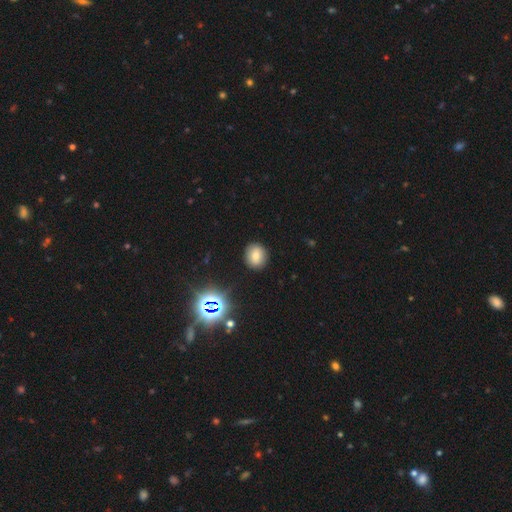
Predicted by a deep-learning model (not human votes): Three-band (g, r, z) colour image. It shows a smooth galaxy with no disk features (72%) that is round (79%). Merging: none (90%).